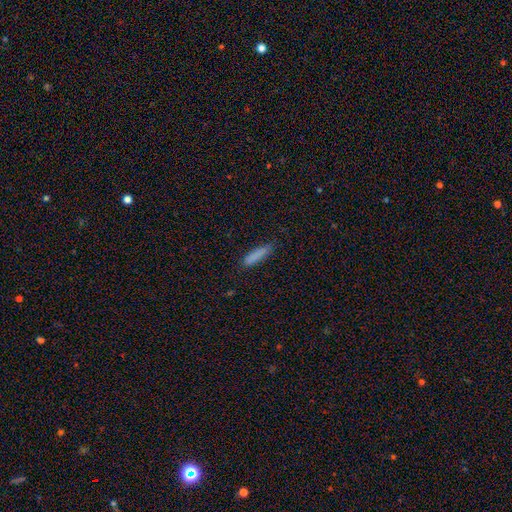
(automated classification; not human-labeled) Morphology: type=smooth (84%); roundness=cigar-shaped (78%); merging=none (81%).